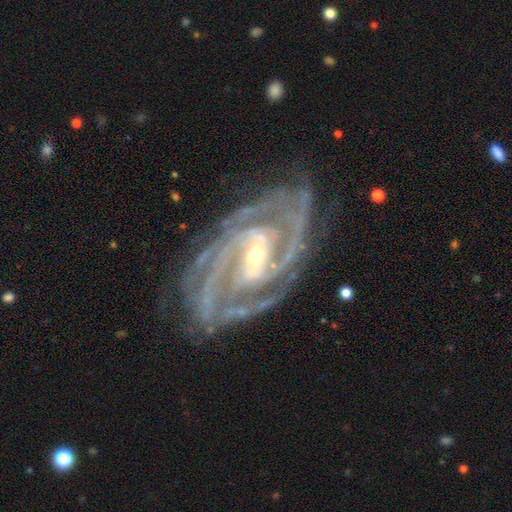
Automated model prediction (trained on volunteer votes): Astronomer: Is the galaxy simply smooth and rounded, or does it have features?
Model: featured or disk — 93%.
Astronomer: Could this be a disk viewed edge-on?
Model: no — 97%.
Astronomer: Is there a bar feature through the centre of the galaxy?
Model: strong — 45% (runner-up: weak, 36%).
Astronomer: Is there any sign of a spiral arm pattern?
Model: yes — 98%.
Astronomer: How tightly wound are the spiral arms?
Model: tight — 59% (runner-up: medium, 35%).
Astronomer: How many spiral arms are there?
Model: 2 — 42% (runner-up: 3, 22%).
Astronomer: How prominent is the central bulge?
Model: small — 58% (runner-up: moderate, 38%).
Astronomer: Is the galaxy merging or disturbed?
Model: none — 73%.